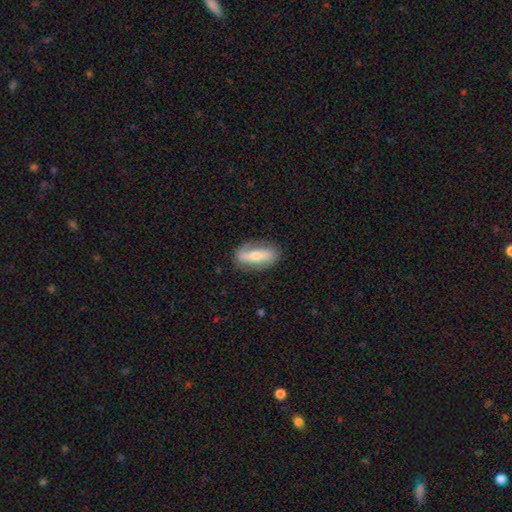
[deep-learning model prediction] This is possibly a featured or disk galaxy (56%). It is likely not viewed edge-on (79%). Merging: likely none (78%).